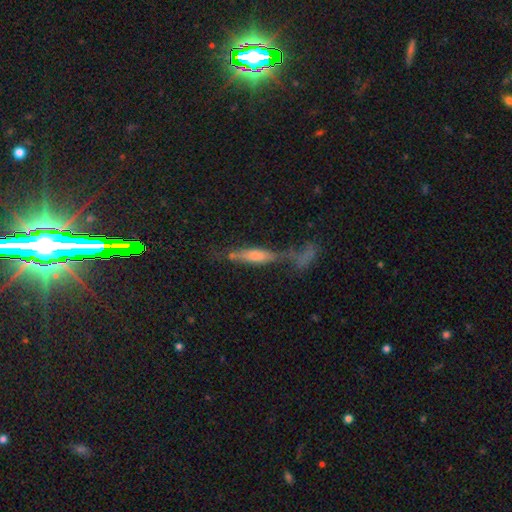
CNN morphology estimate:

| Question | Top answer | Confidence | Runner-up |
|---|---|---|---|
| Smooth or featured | smooth | 53% | featured or disk (39%) |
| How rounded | cigar-shaped | 78% | in between (20%) |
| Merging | none | 40% | merger (22%) |